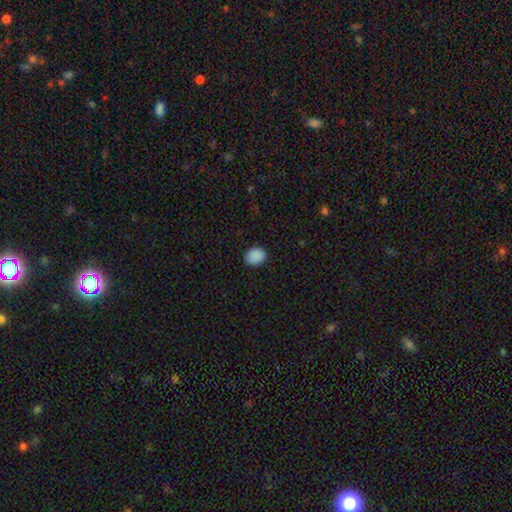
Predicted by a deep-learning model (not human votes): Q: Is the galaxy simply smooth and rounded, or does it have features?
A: smooth — 90%.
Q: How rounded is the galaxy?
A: round — 51%.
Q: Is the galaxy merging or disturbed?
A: none — 87%.